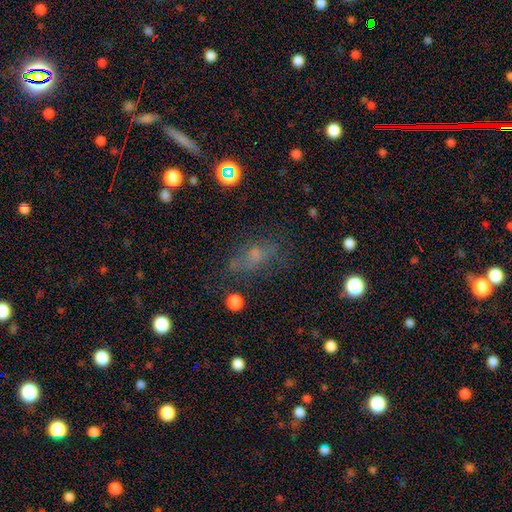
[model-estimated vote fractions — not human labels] Overall: smooth (53%; featured or disk 24%). How rounded: in between (71%). Merging: none (57%; minor disturbance 22%).